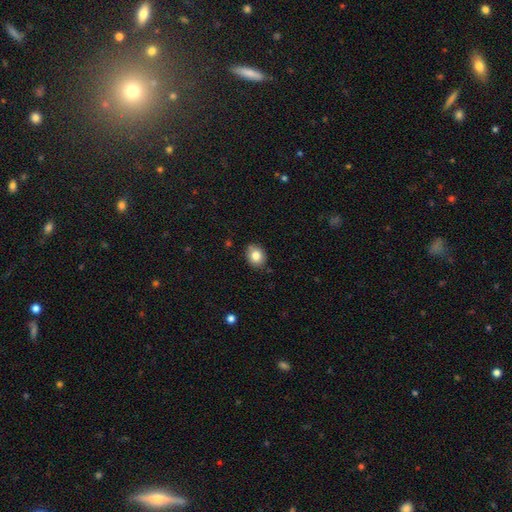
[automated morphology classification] Overall: smooth (83%). How rounded: in between (51%; round 49%). Merging: none (85%).